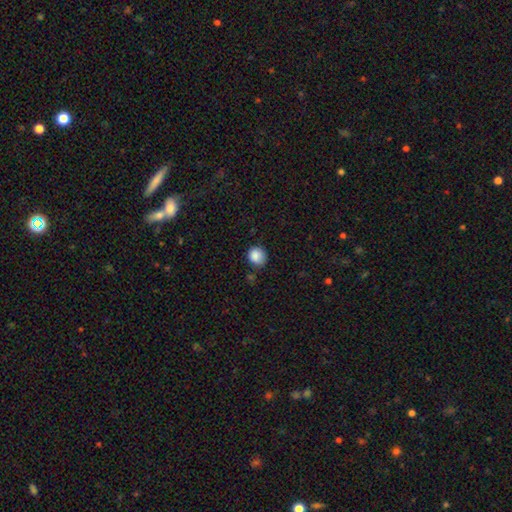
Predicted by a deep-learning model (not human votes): The model was most divided on "merging": none: 70%, minor disturbance: 22%, major disturbance: 4%, merger: 3%. More confident: smooth or featured — smooth (87%); how rounded — round (80%).